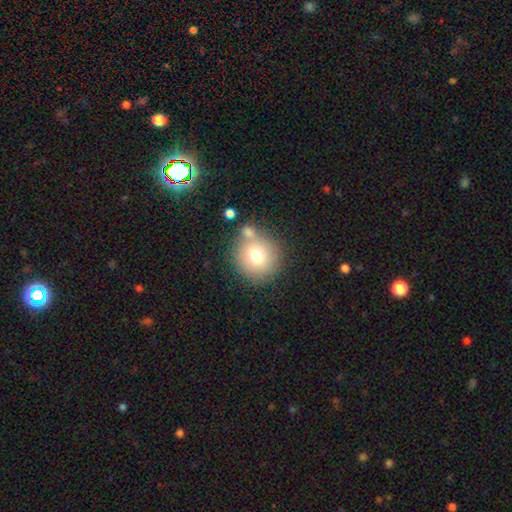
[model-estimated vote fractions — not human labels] Morphology: type=smooth (73%); roundness=round (92%); merging=none (67%).